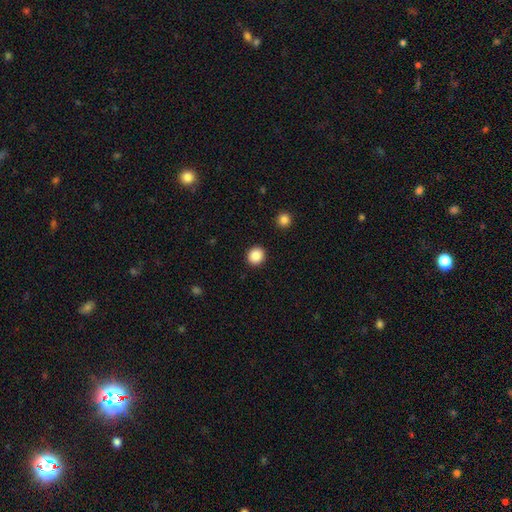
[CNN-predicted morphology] Smooth or featured?
  - smooth: 88% *
  - star or artifact: 9%
  - featured or disk: 3%
How rounded?
  - round: 88% *
  - in between: 11%
  - cigar-shaped: 1%
Merging?
  - none: 92% *
  - minor disturbance: 5%
  - major disturbance: 2%
  - merger: 1%